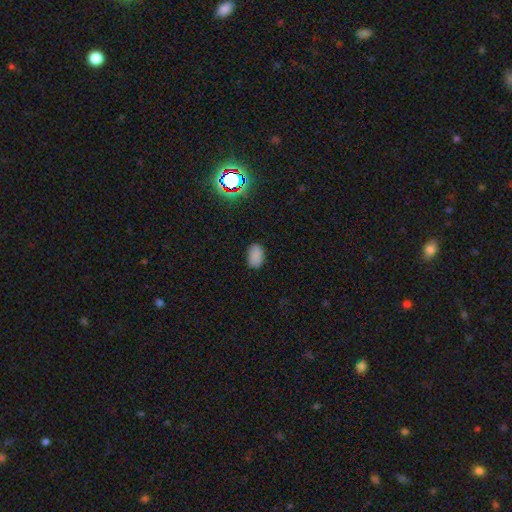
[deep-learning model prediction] The model was most divided on "smooth or featured": smooth: 83%, star or artifact: 13%, featured or disk: 5%. More confident: how rounded — in between (89%); merging — none (83%).